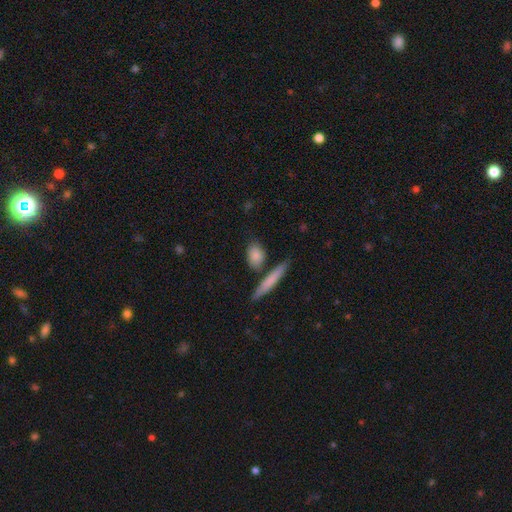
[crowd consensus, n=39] Smooth or featured?
  - smooth: 77% *
  - featured or disk: 15%
  - star or artifact: 8%
How rounded?
  - in between: 60% *
  - round: 23%
  - cigar-shaped: 17%
Merging?
  - none: 81% *
  - merger: 11%
  - minor disturbance: 8%
  - major disturbance: 0%